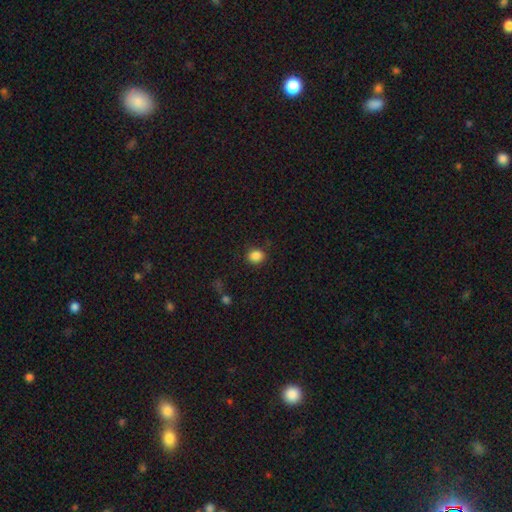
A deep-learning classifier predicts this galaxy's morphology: A smooth galaxy with no disk features (86%) that is round (69%).

Vote fractions:
- Smooth or featured? smooth: 86% / star or artifact: 10% / featured or disk: 4%
- How rounded? round: 69% / in between: 30% / cigar-shaped: 1%
- Merging? none: 86% / minor disturbance: 9% / major disturbance: 3% / merger: 2%